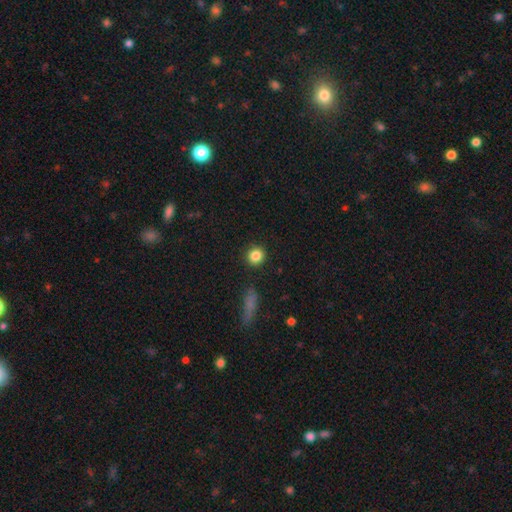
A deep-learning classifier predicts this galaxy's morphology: Q: Smooth or featured?
A: smooth (85%); runner-up: star or artifact (10%)
Q: How rounded?
A: round (92%); runner-up: in between (7%)
Q: Merging?
A: none (90%); runner-up: minor disturbance (6%)